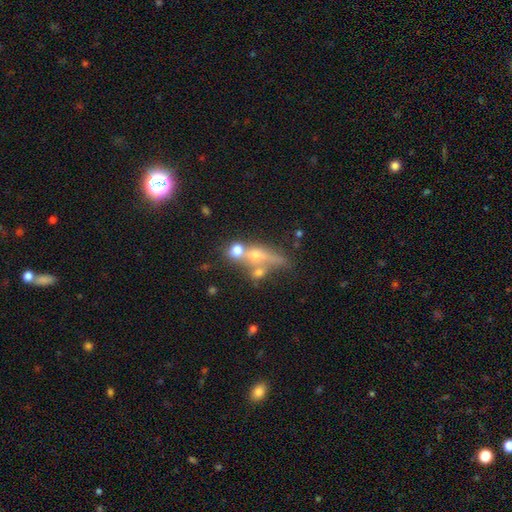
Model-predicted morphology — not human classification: The model was most divided on "smooth or featured": smooth: 44%, featured or disk: 38%, star or artifact: 18%. Remaining: merging — merger (46%).